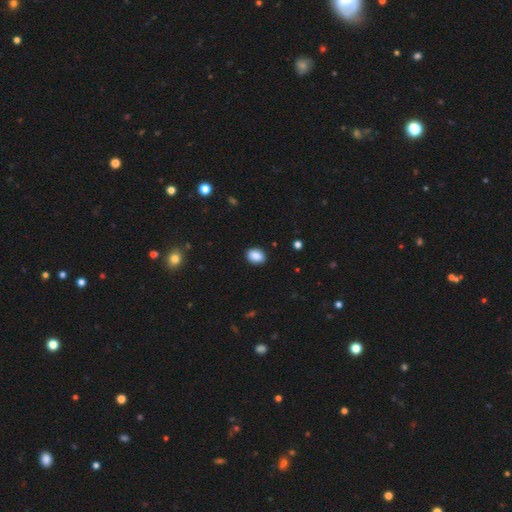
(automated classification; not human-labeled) smooth_or_featured: smooth (p=0.89) [alt: star or artifact p=0.08]
how_rounded: in between (p=0.77) [alt: round p=0.22]
merging: none (p=0.89) [alt: minor disturbance p=0.08]